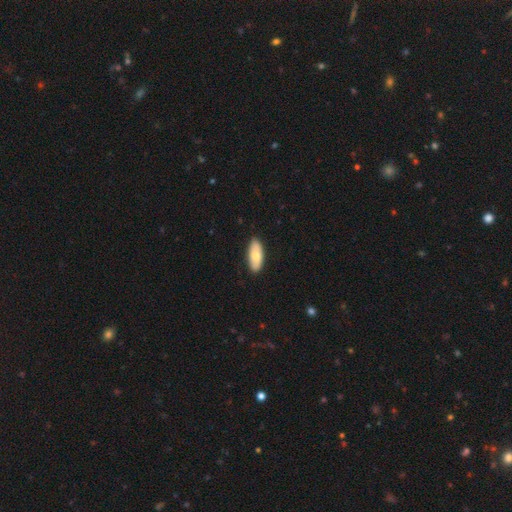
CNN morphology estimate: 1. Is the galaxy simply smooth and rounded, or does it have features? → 68% smooth, 27% featured or disk, 5% star or artifact.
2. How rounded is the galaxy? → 85% in between, 12% cigar-shaped, 2% round.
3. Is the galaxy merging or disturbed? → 88% none, 9% minor disturbance, 2% major disturbance, 1% merger.